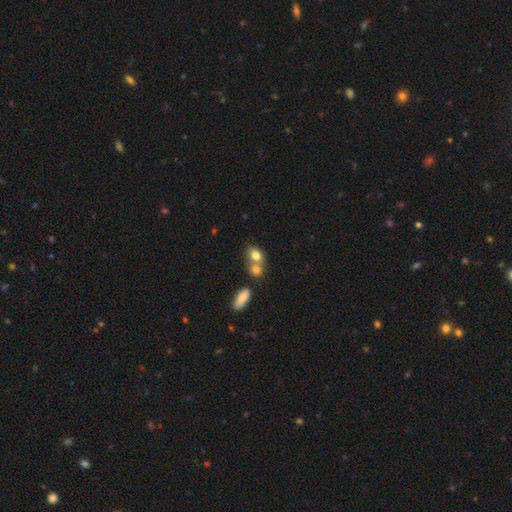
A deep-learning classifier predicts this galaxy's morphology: Overall: smooth (78%). How rounded: in between (69%). Merging: merger (54%; none 33%).